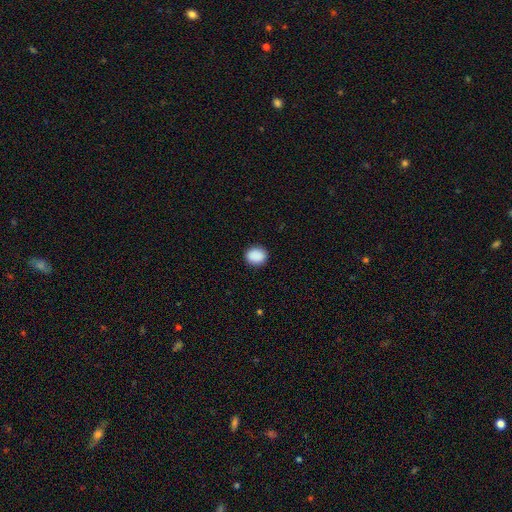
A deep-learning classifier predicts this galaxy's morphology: Smooth or featured: smooth — 90% (star or artifact — 8%)
How rounded: round — 65% (in between — 34%)
Merging: none — 90% (minor disturbance — 7%)